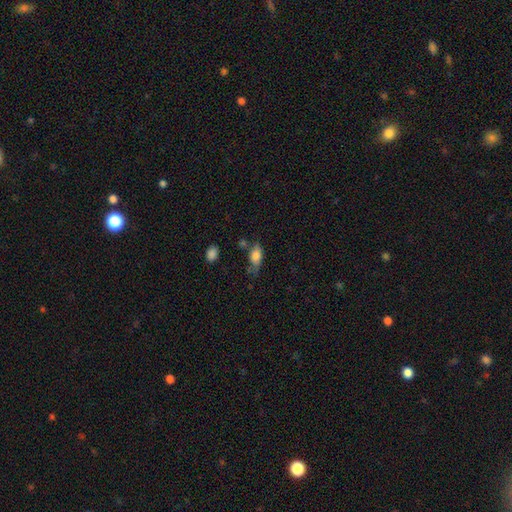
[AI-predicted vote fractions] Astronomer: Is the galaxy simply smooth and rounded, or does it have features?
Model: smooth — 77%.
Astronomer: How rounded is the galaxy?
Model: in between — 84%.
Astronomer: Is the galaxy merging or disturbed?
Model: none — 49% (runner-up: minor disturbance, 33%).